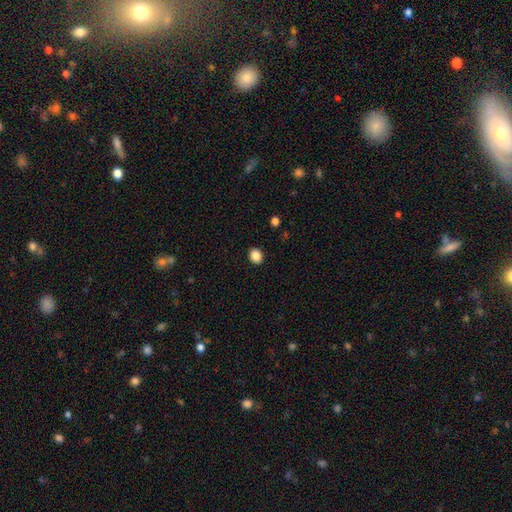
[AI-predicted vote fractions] Overall: smooth (87%). How rounded: round (50%; in between 49%). Merging: none (91%).